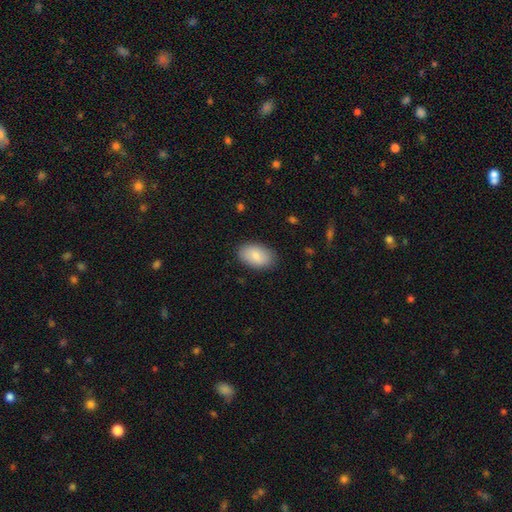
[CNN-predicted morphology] smooth_or_featured: smooth (p=0.82) [alt: featured or disk p=0.12]
how_rounded: in between (p=0.92) [alt: round p=0.06]
merging: none (p=0.85) [alt: minor disturbance p=0.11]